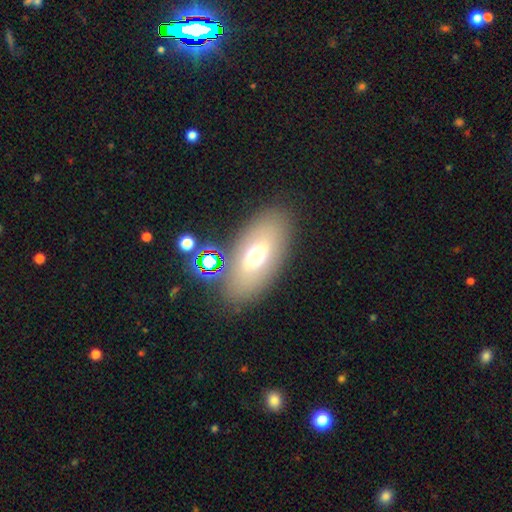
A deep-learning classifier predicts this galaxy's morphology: Smooth or featured? Predicted: smooth (p=0.62). How rounded? Predicted: in between (p=0.88). Merging? Predicted: none (p=0.81).